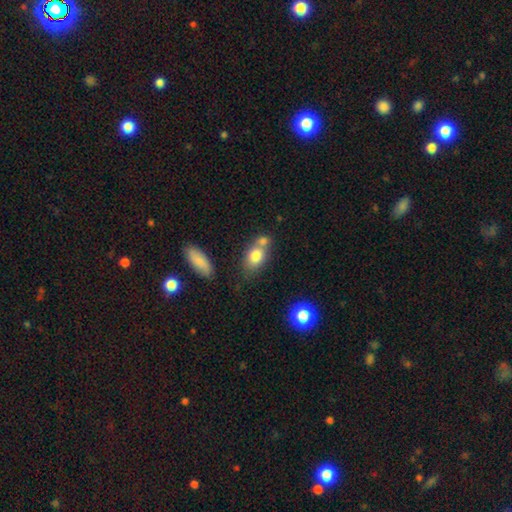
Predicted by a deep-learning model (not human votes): A smooth galaxy with no disk features (77%) that is in between round and cigar-shaped (74%).

Vote fractions:
- Smooth or featured? smooth: 77% / featured or disk: 14% / star or artifact: 9%
- How rounded? in between: 74% / round: 22% / cigar-shaped: 4%
- Merging? none: 43% / merger: 39% / minor disturbance: 14% / major disturbance: 5%